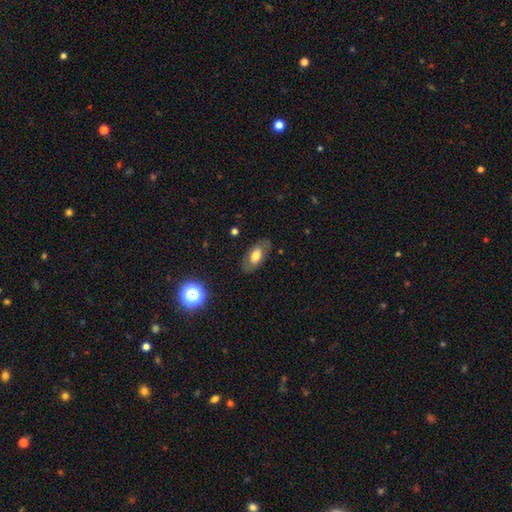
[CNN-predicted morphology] A smooth galaxy with no disk features (62%) that is in between round and cigar-shaped (89%).

Vote fractions:
- Smooth or featured? smooth: 62% / featured or disk: 30% / star or artifact: 8%
- How rounded? in between: 89% / round: 5% / cigar-shaped: 5%
- Merging? none: 80% / minor disturbance: 14% / major disturbance: 5% / merger: 1%